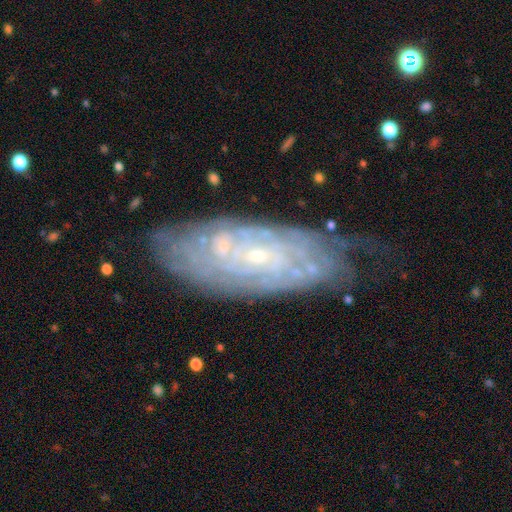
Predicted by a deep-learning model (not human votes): Smooth or featured? Predicted: featured or disk (p=0.81). Edge-on disk? Predicted: no (p=0.90). Bar? Predicted: no (p=0.67). Spiral arms? Predicted: yes (p=0.89). Spiral winding? Predicted: tight (p=0.80). Spiral arm count? Predicted: can't tell (p=0.59). Bulge size? Predicted: small (p=0.82). Merging? Predicted: none (p=0.65).